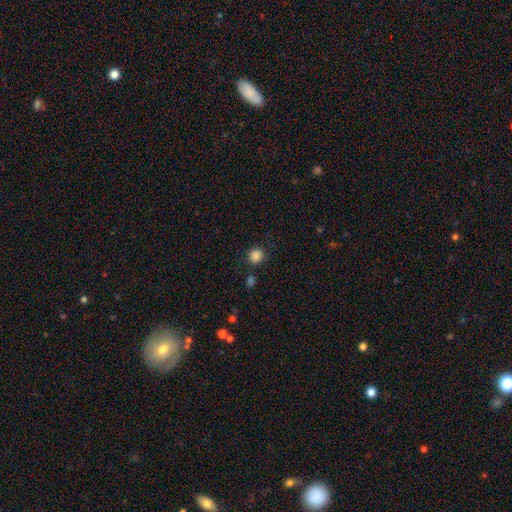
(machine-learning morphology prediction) Overall: smooth (86%). How rounded: round (81%). Merging: none (82%).